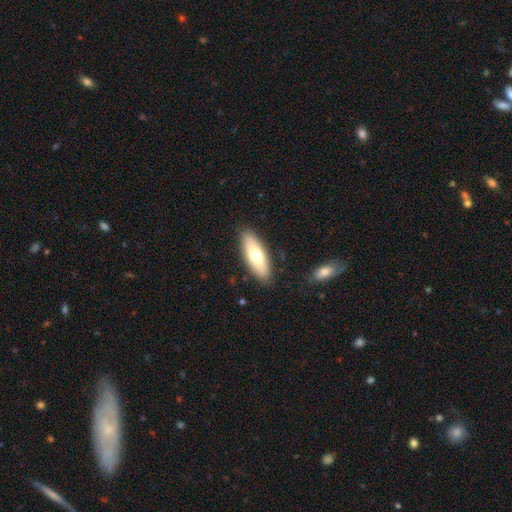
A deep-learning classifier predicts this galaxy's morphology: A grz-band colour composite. It shows a smooth galaxy with no disk features (67%) that is in between round and cigar-shaped (66%). Merging: none (88%).